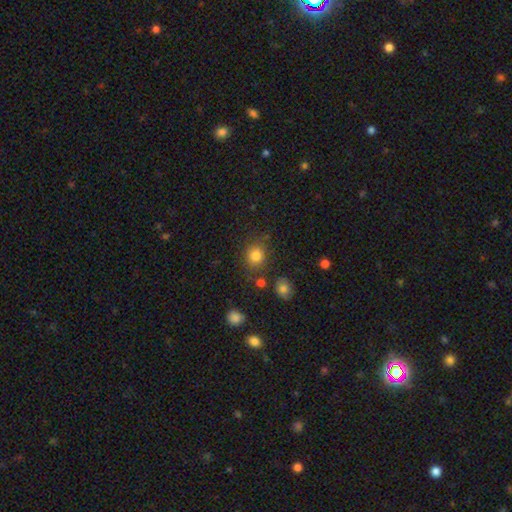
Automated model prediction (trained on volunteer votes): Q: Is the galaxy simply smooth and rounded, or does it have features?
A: smooth — 81%.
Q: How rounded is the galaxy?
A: round — 83%.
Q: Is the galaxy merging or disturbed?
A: none — 79%.